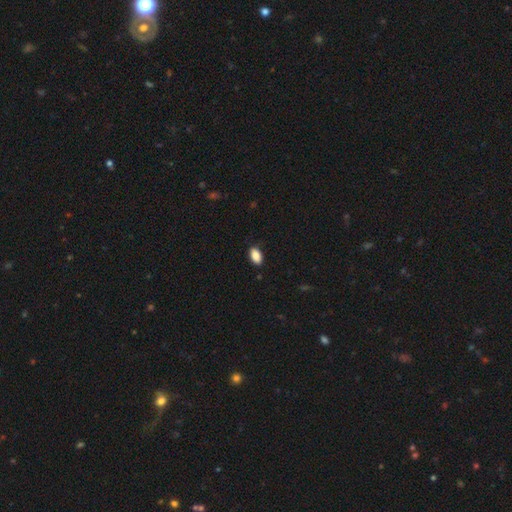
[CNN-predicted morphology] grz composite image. It shows a smooth galaxy with no disk features (88%) that is in between round and cigar-shaped (93%). Merging: none (87%).